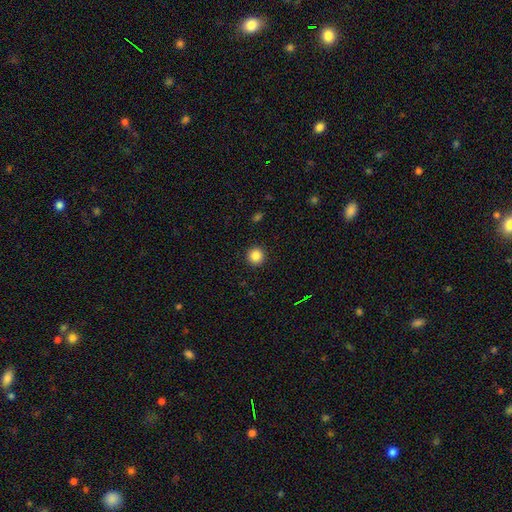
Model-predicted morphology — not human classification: smooth-or-featured: smooth: 86% | star or artifact: 10% | featured or disk: 4%
  how-rounded: round: 95% | in between: 4% | cigar-shaped: 1%
  merging: none: 93% | minor disturbance: 5% | major disturbance: 2% | merger: 1%